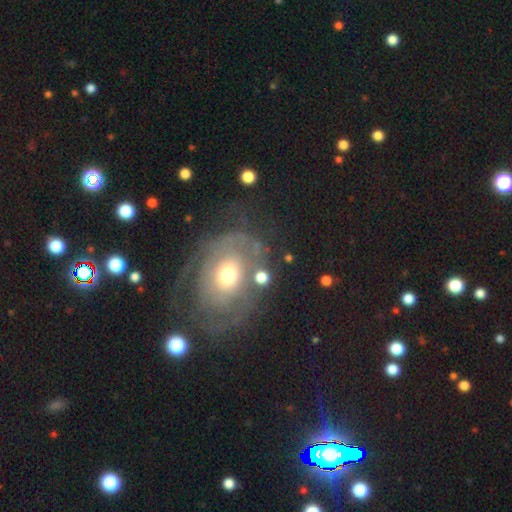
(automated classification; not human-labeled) smooth_or_featured: featured or disk (p=0.60) [alt: smooth p=0.22]
disk_edge_on: no (p=0.94) [alt: yes p=0.06]
bar: no (p=0.77) [alt: weak p=0.17]
has_spiral_arms: yes (p=0.65) [alt: no p=0.35]
bulge_size: moderate (p=0.67) [alt: small p=0.19]
merging: none (p=0.69) [alt: minor disturbance p=0.17]